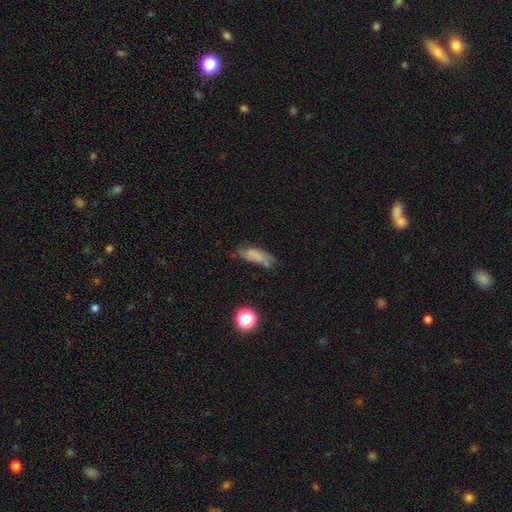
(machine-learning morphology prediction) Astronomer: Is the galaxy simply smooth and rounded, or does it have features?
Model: smooth — 65%.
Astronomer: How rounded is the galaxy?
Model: in between — 64%.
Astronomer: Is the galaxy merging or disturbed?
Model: none — 57%.